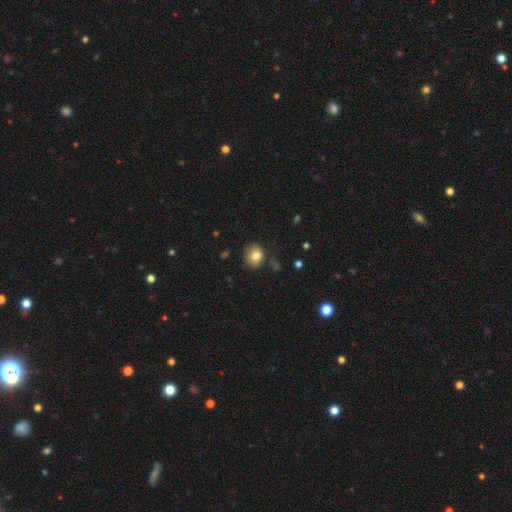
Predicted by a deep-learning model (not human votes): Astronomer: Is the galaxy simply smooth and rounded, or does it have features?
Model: smooth — 80%.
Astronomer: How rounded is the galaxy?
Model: round — 62%.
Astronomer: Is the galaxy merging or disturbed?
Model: none — 77%.